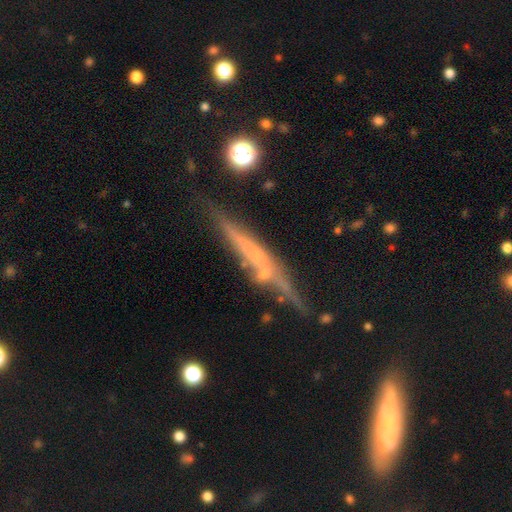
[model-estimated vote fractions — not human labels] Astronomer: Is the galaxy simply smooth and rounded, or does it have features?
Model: featured or disk — 64%.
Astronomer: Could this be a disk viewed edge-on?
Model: yes — 92%.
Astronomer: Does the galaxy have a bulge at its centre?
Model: none — 59%.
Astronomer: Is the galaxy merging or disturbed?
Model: none — 72%.